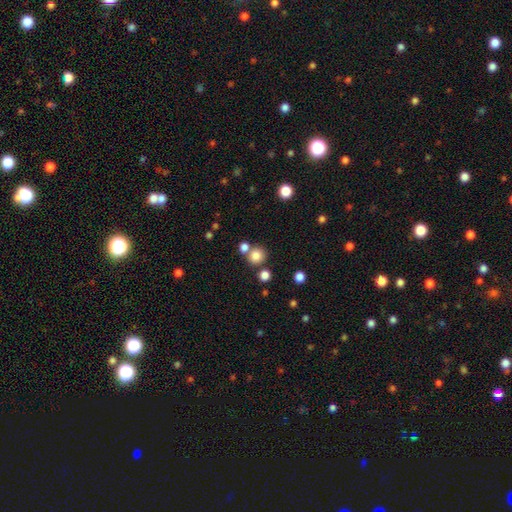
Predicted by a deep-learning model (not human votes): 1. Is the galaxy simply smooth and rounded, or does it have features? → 82% smooth, 12% star or artifact, 6% featured or disk.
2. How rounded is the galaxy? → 88% round, 11% in between, 1% cigar-shaped.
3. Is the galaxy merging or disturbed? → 66% none, 24% merger, 8% minor disturbance, 3% major disturbance.